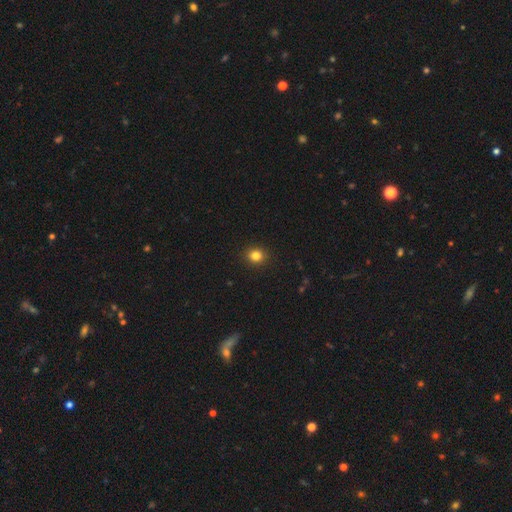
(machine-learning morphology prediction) type=smooth (83%); roundness=round (77%); merging=none (92%).